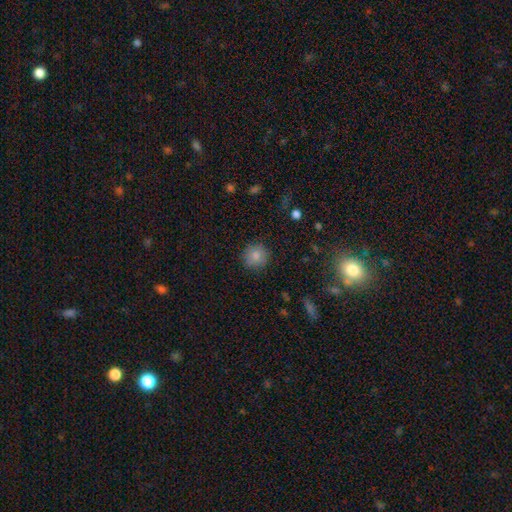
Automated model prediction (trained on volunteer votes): smooth_or_featured: smooth (p=0.83) [alt: star or artifact p=0.09]
how_rounded: round (p=0.92) [alt: in between p=0.07]
merging: none (p=0.88) [alt: minor disturbance p=0.09]